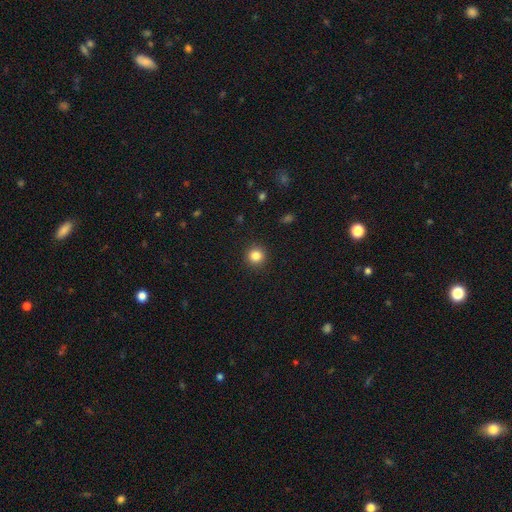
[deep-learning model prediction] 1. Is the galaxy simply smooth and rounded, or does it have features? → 84% smooth, 11% star or artifact, 5% featured or disk.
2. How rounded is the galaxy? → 94% round, 5% in between, 1% cigar-shaped.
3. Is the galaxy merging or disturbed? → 92% none, 5% minor disturbance, 2% major disturbance, 1% merger.